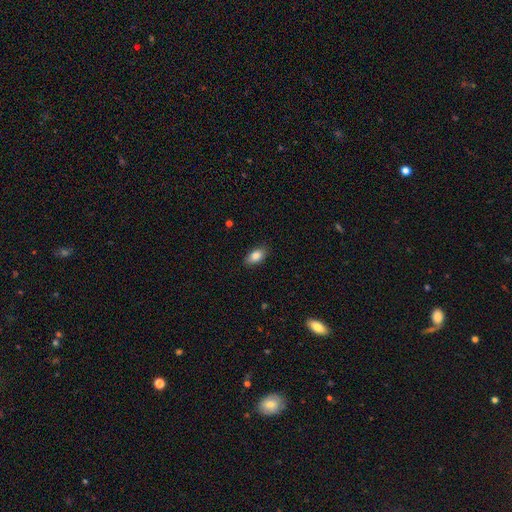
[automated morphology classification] smooth_or_featured: smooth (p=0.84) [alt: featured or disk p=0.09]
how_rounded: in between (p=0.90) [alt: round p=0.07]
merging: none (p=0.86) [alt: minor disturbance p=0.11]